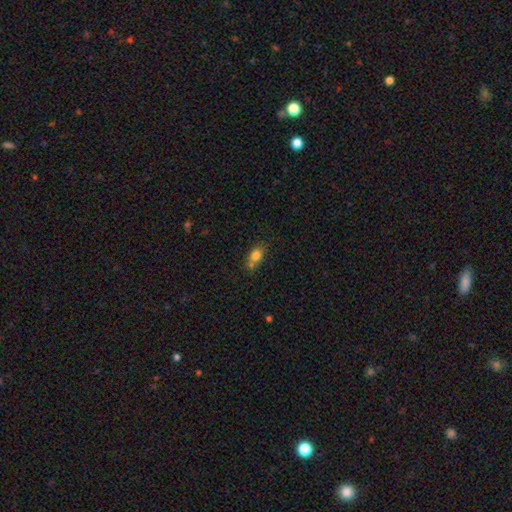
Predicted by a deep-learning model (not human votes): This is likely a smooth galaxy (78%). How rounded: likely in between (66%). Merging: possibly none (51%).